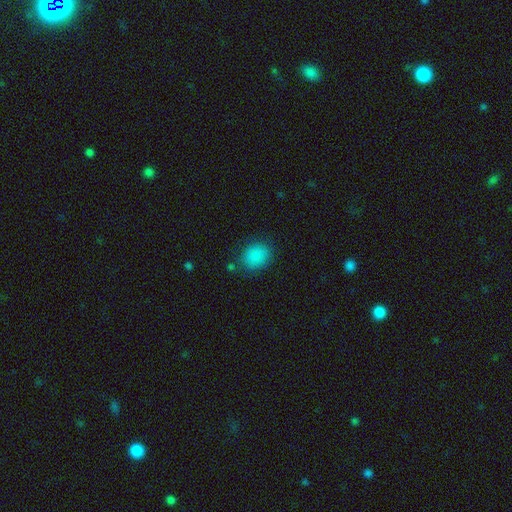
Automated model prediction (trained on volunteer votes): Q: Smooth or featured?
A: smooth (85%); runner-up: star or artifact (10%)
Q: How rounded?
A: round (63%); runner-up: in between (36%)
Q: Merging?
A: none (80%); runner-up: minor disturbance (13%)